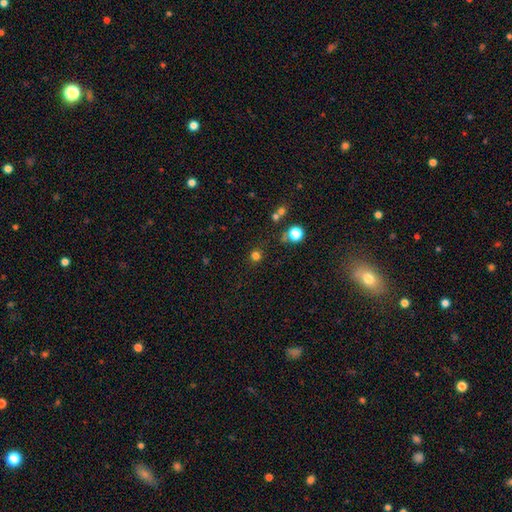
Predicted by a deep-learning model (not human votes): Overall: smooth (76%). How rounded: round (92%). Merging: none (84%).